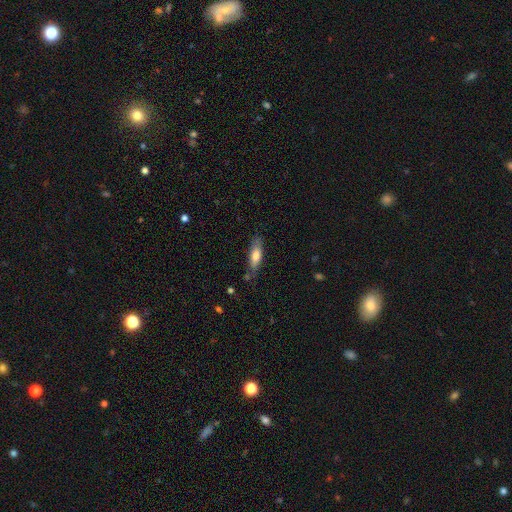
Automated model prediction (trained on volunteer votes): Smooth or featured: smooth — 70% (featured or disk — 24%)
How rounded: cigar-shaped — 54% (in between — 44%)
Merging: none — 76% (minor disturbance — 18%)